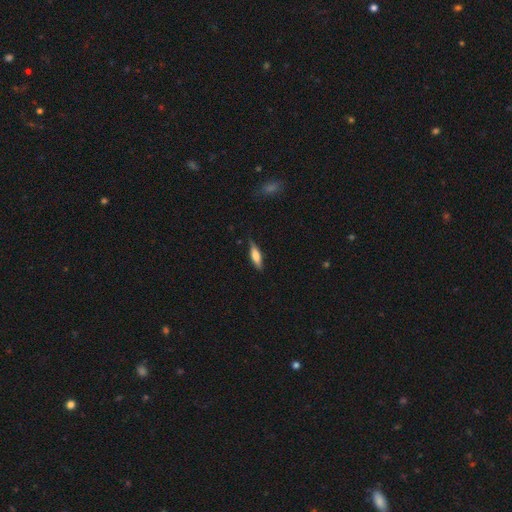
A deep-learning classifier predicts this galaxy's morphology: A smooth galaxy with no disk features (63%) that is cigar-shaped (62%).

Vote fractions:
- Smooth or featured? smooth: 63% / featured or disk: 31% / star or artifact: 6%
- How rounded? cigar-shaped: 62% / in between: 36% / round: 2%
- Merging? none: 78% / minor disturbance: 17% / major disturbance: 3% / merger: 1%